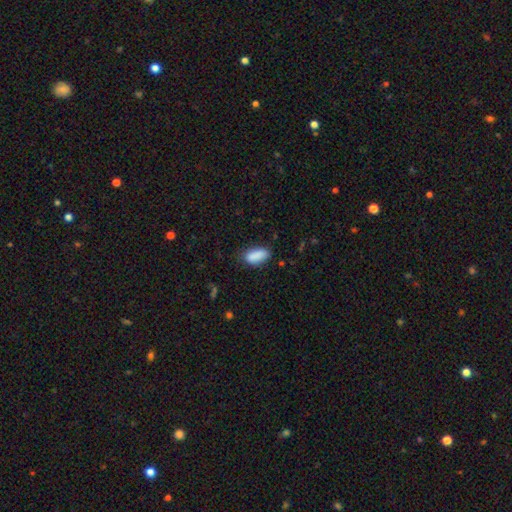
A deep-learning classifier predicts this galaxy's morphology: type=smooth (88%); roundness=in between (87%); merging=none (73%).